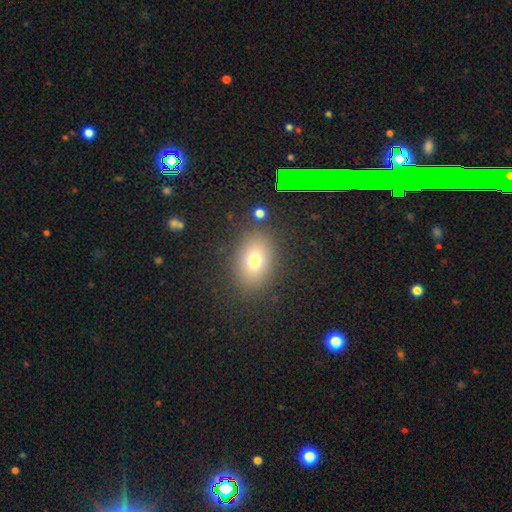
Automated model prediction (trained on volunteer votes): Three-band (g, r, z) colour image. It shows a smooth galaxy with no disk features (59%) that is in between round and cigar-shaped (77%). Merging: none (87%).